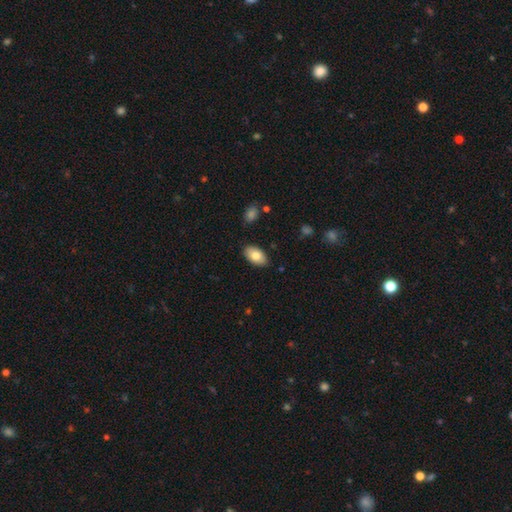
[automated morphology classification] smooth 80%, featured or disk 13%, star or artifact 6%. Down the decision tree: how rounded — in between (94%); merging — none (87%).